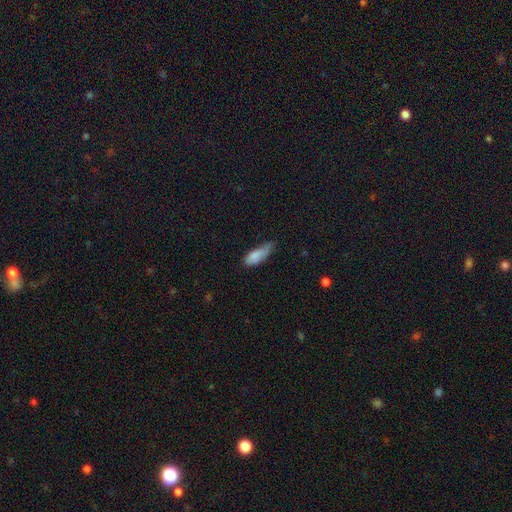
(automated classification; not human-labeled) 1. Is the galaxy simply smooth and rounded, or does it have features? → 81% smooth, 11% featured or disk, 7% star or artifact.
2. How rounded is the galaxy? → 70% in between, 27% cigar-shaped, 2% round.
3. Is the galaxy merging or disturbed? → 47% minor disturbance, 32% none, 18% major disturbance, 3% merger.